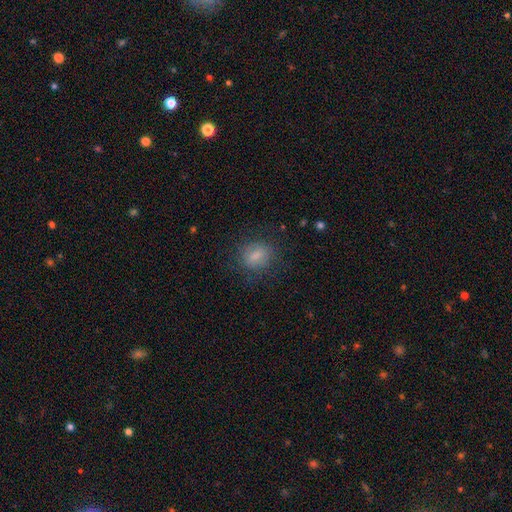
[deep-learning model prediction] smooth_or_featured: smooth (p=0.74) [alt: star or artifact p=0.14]
how_rounded: round (p=0.56) [alt: in between p=0.42]
merging: none (p=0.81) [alt: minor disturbance p=0.12]